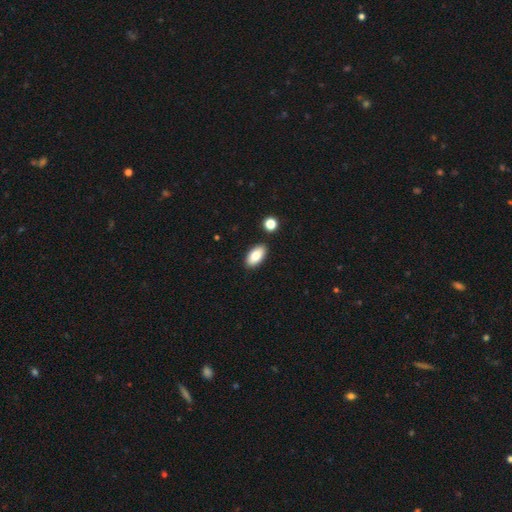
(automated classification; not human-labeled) This is clearly a smooth galaxy (83%). How rounded: clearly in between (93%). Merging: clearly none (87%).